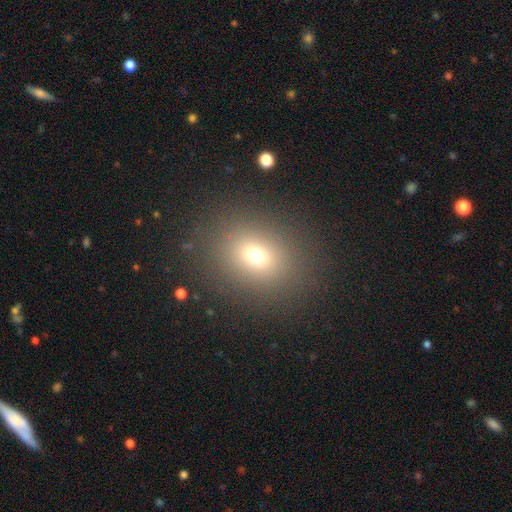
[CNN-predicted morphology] smooth-or-featured: smooth: 69% | star or artifact: 19% | featured or disk: 12%
  how-rounded: round: 57% | in between: 42% | cigar-shaped: 1%
  merging: none: 87% | minor disturbance: 7% | major disturbance: 4% | merger: 1%